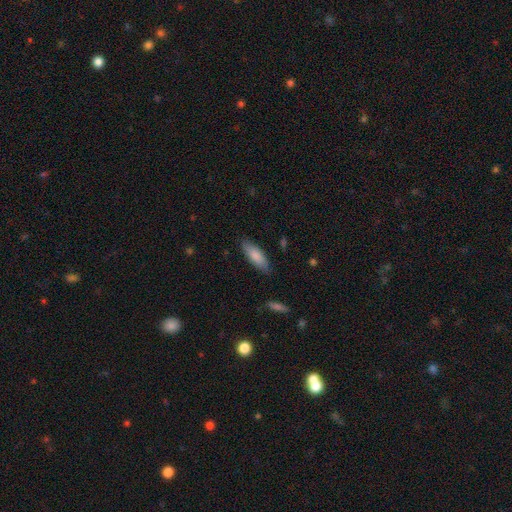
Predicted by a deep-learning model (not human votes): Smooth or featured: smooth — 83% (featured or disk — 11%)
How rounded: in between — 61% (cigar-shaped — 37%)
Merging: none — 84% (minor disturbance — 12%)